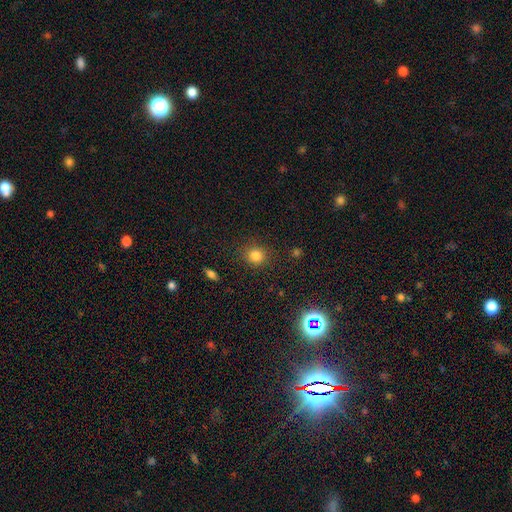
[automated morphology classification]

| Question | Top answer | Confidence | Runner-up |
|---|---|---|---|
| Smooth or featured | smooth | 82% | star or artifact (13%) |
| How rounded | round | 85% | in between (14%) |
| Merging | none | 87% | minor disturbance (8%) |